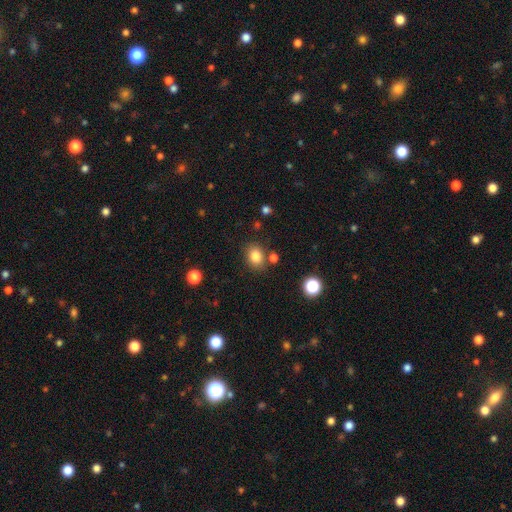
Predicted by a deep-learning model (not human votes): smooth_or_featured: smooth (p=0.82) [alt: star or artifact p=0.11]
how_rounded: round (p=0.50) [alt: in between p=0.49]
merging: none (p=0.78) [alt: minor disturbance p=0.12]